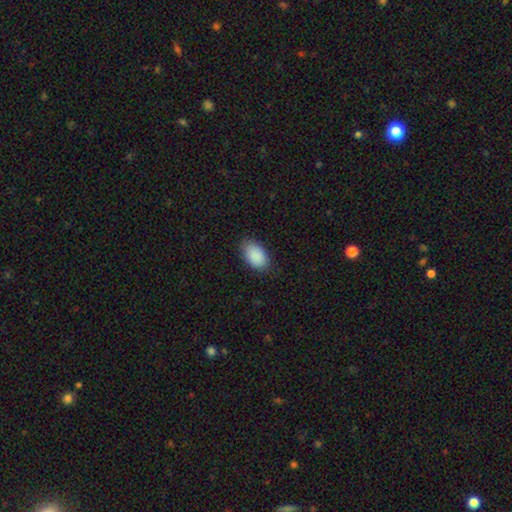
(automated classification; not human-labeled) The model was most divided on "merging": none: 82%, minor disturbance: 15%, major disturbance: 3%, merger: 1%. More confident: how rounded — in between (93%); smooth or featured — smooth (90%).